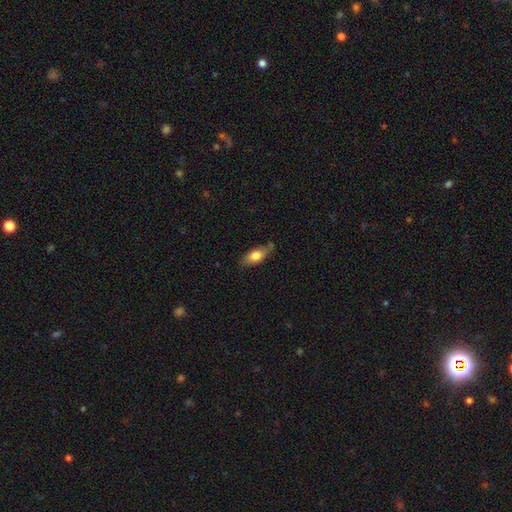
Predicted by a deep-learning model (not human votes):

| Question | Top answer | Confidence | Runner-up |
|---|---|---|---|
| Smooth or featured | smooth | 74% | featured or disk (19%) |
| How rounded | in between | 82% | cigar-shaped (13%) |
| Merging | none | 67% | minor disturbance (24%) |